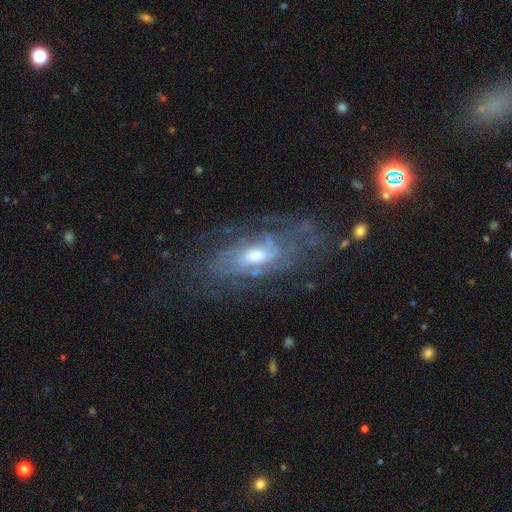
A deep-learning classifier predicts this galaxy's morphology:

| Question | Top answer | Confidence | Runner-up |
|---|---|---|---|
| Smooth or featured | featured or disk | 83% | smooth (10%) |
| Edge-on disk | no | 90% | yes (10%) |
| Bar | no | 51% | weak (37%) |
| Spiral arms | yes | 87% | no (13%) |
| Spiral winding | tight | 60% | medium (30%) |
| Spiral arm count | can't tell | 55% | 2 (18%) |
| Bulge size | moderate | 59% | small (34%) |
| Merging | none | 67% | minor disturbance (18%) |